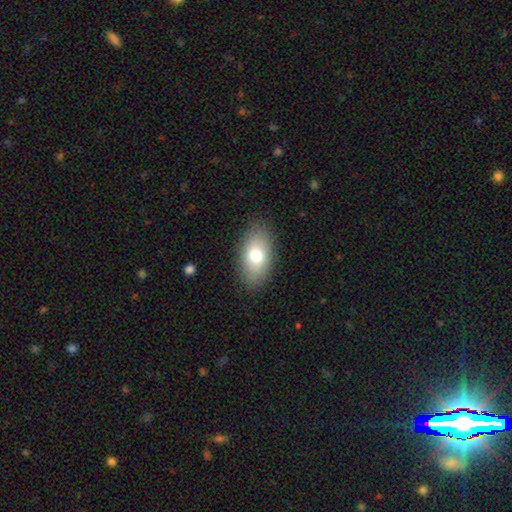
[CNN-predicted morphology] Q: Smooth or featured?
A: smooth (75%); runner-up: featured or disk (17%)
Q: How rounded?
A: in between (91%); runner-up: round (6%)
Q: Merging?
A: none (86%); runner-up: minor disturbance (10%)